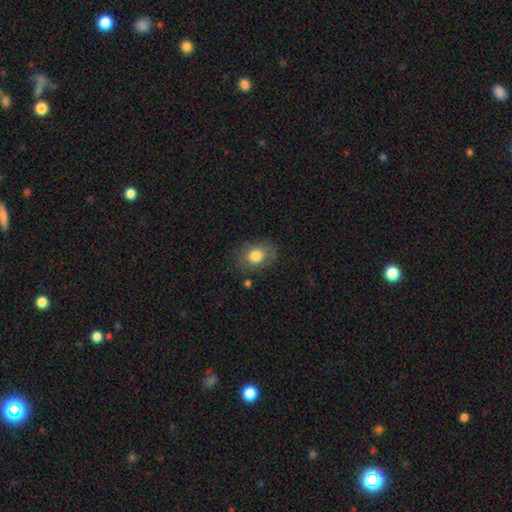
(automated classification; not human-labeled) Smooth or featured? Predicted: smooth (p=0.79). How rounded? Predicted: in between (p=0.61). Merging? Predicted: none (p=0.73).